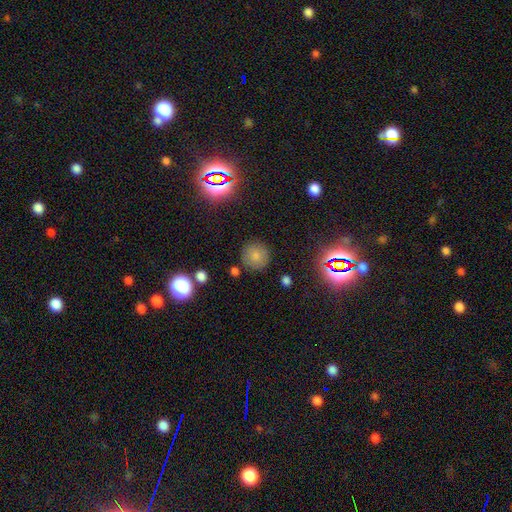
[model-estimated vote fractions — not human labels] The model was most divided on "smooth or featured": smooth: 76%, star or artifact: 15%, featured or disk: 9%. More confident: how rounded — round (93%); merging — none (85%).